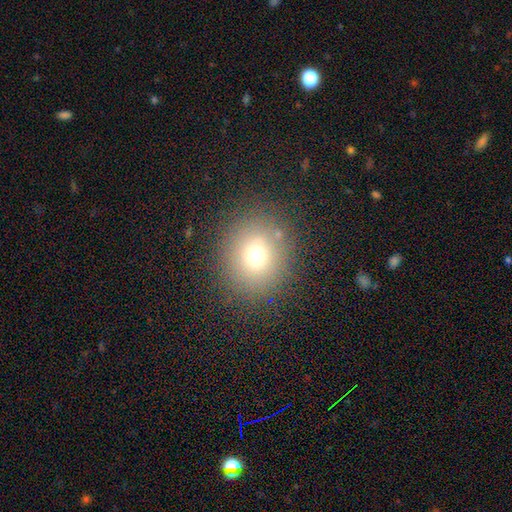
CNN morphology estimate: A smooth galaxy with no disk features (71%) that is round (81%). Merging: none (85%).